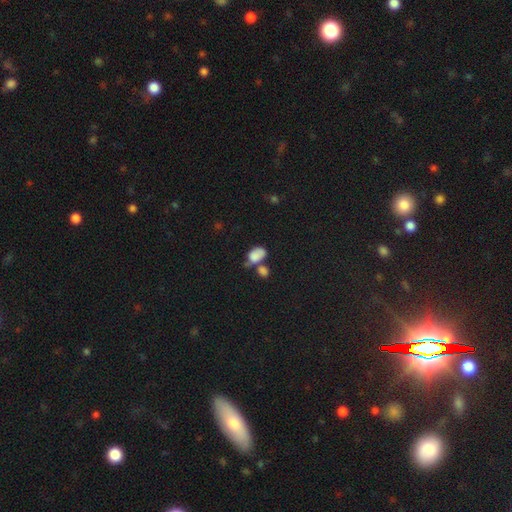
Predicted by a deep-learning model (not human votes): smooth_or_featured: smooth (p=0.80) [alt: featured or disk p=0.11]
how_rounded: in between (p=0.82) [alt: round p=0.17]
merging: merger (p=0.50) [alt: none p=0.25]